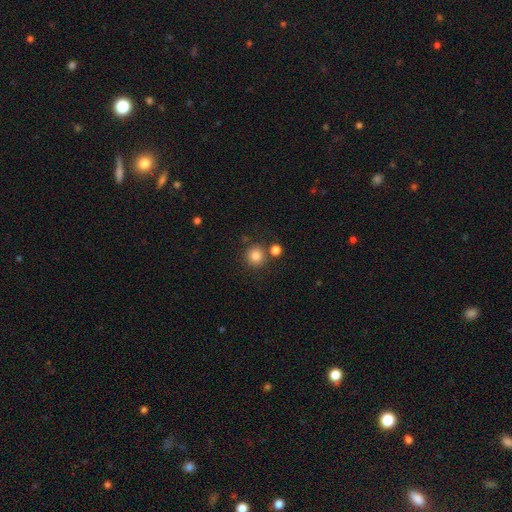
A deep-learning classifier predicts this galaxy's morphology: Smooth or featured? smooth (83%)
How rounded? round (93%)
Merging? none (79%)